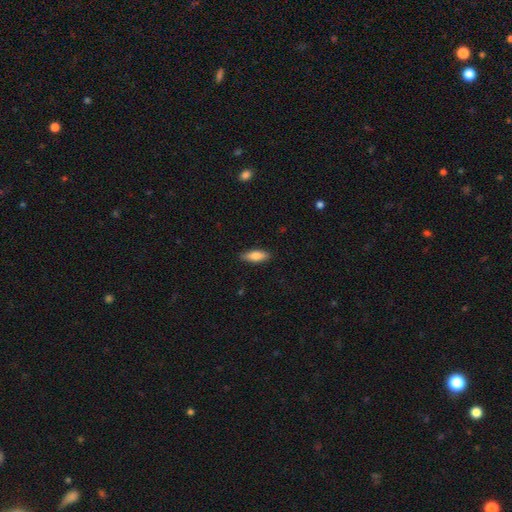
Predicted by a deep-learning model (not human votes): A smooth galaxy with no disk features (78%) that is in between round and cigar-shaped (66%). Merging: none (88%).